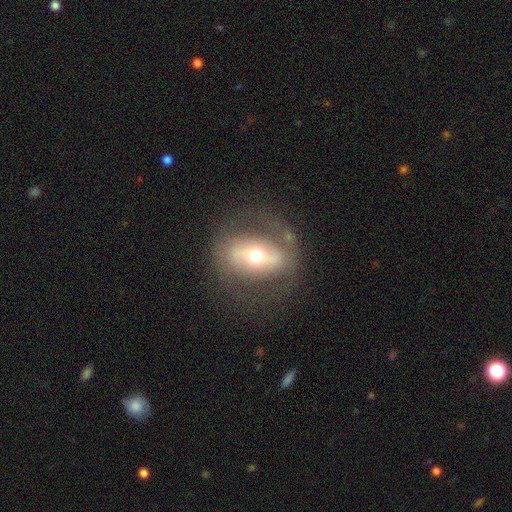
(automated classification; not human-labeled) Smooth or featured? featured or disk (68%)
Edge-on disk? no (90%)
Bar? strong (48%)
Spiral arms? yes (53%)
Bulge size? moderate (66%)
Merging? none (69%)